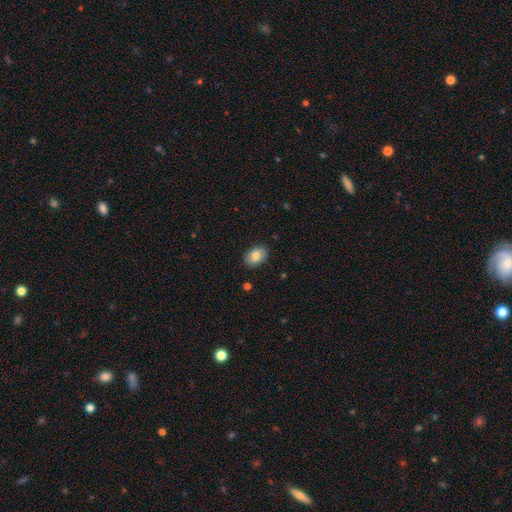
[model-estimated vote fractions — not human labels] Morphology: type=smooth (83%); roundness=in between (87%); merging=none (85%).